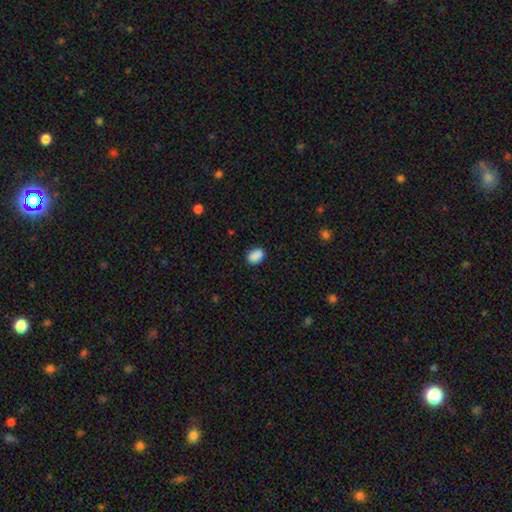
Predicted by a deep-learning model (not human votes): Overall: smooth (88%). How rounded: in between (83%). Merging: none (82%).